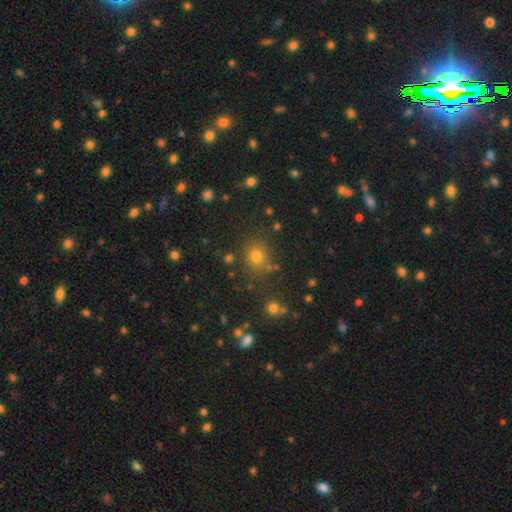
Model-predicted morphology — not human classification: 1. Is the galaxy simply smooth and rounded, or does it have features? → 62% smooth, 31% star or artifact, 7% featured or disk.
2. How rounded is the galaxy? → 84% round, 15% in between, 1% cigar-shaped.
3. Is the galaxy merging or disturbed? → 82% none, 9% minor disturbance, 5% merger, 4% major disturbance.